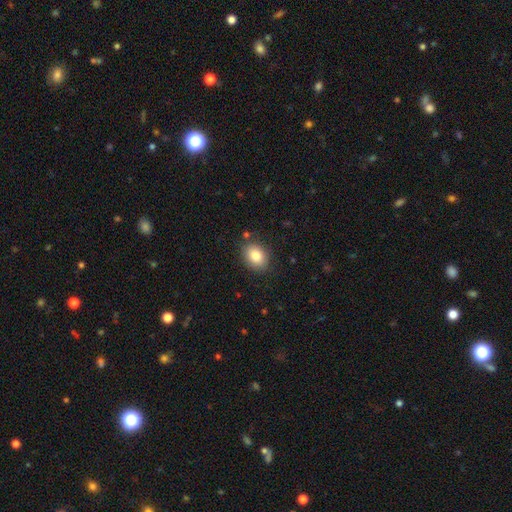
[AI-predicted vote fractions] This is clearly a smooth galaxy (84%). How rounded: likely in between (69%). Merging: clearly none (84%).